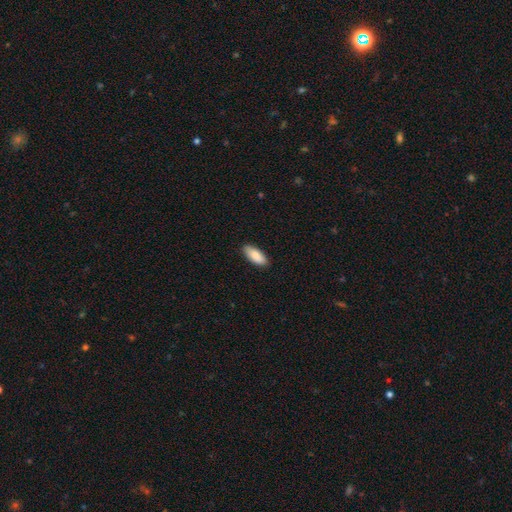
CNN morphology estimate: Smooth or featured: smooth — 87% (featured or disk — 8%)
How rounded: in between — 82% (cigar-shaped — 16%)
Merging: none — 89% (minor disturbance — 8%)